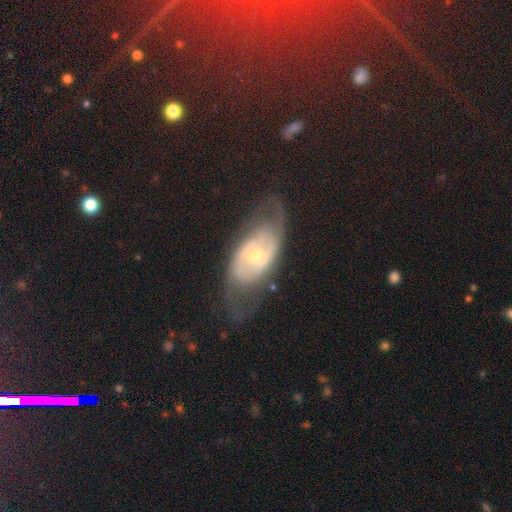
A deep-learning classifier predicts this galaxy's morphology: A featured or disk galaxy (80%) with no bar (49%), 2 (74%) medium (43%) spiral arms (86%) and a small central bulge (51%). Merging: none (62%).